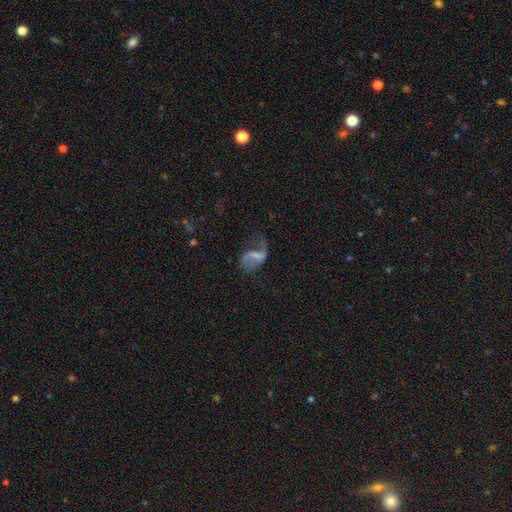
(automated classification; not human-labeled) Smooth or featured? featured or disk (75%)
Edge-on disk? no (97%)
Bar? weak (47%)
Spiral arms? yes (87%)
Spiral winding? loose (75%)
Spiral arm count? 2 (77%)
Bulge size? small (41%)
Merging? none (46%)